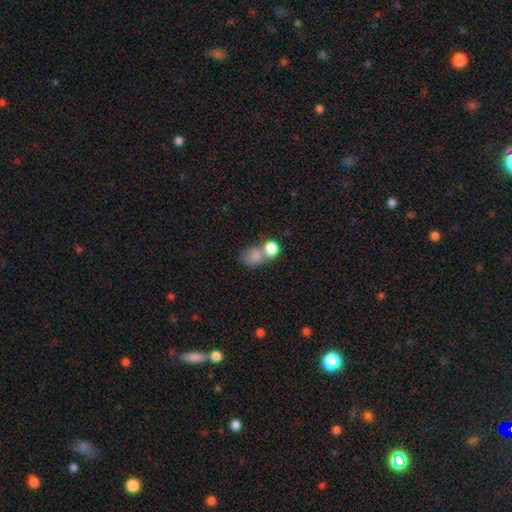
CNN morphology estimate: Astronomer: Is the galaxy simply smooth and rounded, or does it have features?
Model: smooth — 78%.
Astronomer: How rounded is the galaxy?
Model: round — 52% (runner-up: in between, 46%).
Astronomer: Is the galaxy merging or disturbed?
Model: merger — 51% (runner-up: none, 30%).